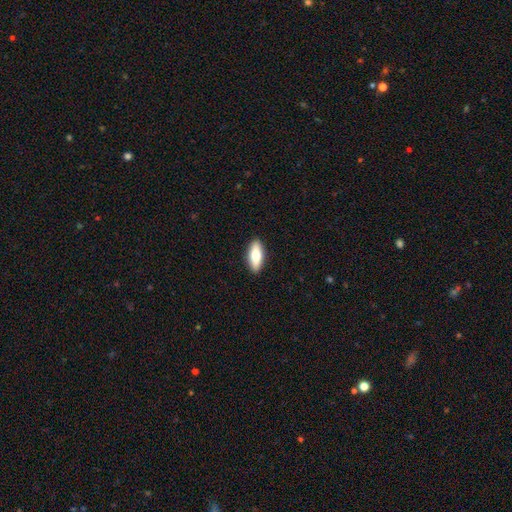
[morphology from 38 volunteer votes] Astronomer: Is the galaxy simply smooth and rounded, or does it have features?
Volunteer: smooth — 74%.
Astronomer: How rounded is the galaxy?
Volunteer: in between — 50%, tied with cigar-shaped at 50%.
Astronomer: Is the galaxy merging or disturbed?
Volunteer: none — 94%.